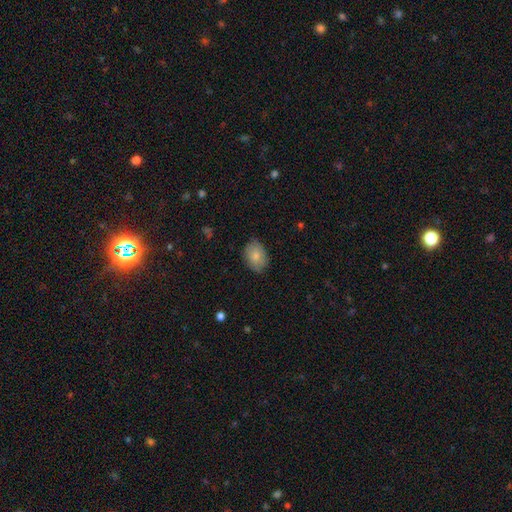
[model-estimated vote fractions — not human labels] smooth_or_featured: smooth (p=0.82) [alt: featured or disk p=0.12]
how_rounded: in between (p=0.75) [alt: round p=0.24]
merging: none (p=0.80) [alt: minor disturbance p=0.16]